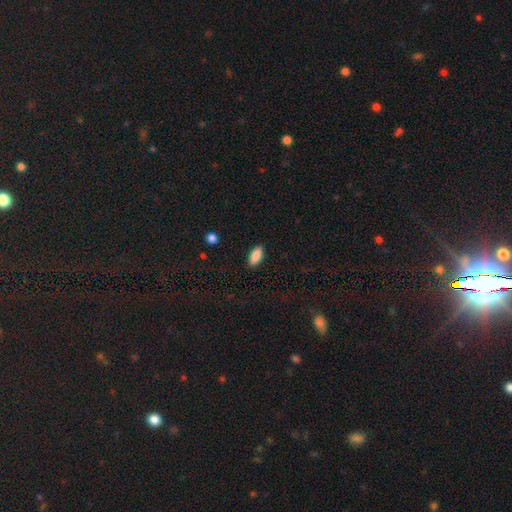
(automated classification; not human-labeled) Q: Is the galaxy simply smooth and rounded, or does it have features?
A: smooth — 88%.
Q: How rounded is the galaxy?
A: in between — 85%.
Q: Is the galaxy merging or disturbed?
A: none — 89%.